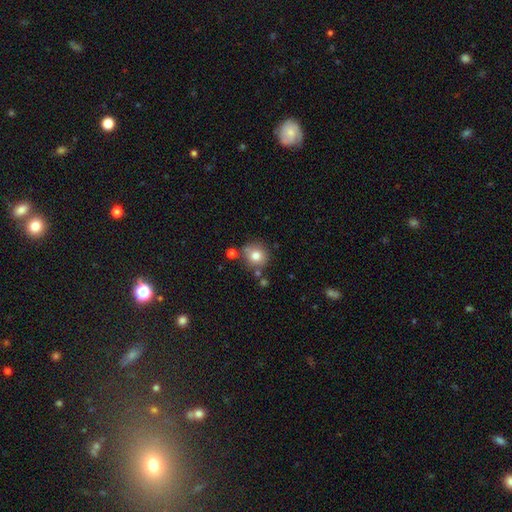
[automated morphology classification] smooth_or_featured: smooth (p=0.77) [alt: featured or disk p=0.12]
how_rounded: round (p=0.87) [alt: in between p=0.12]
merging: none (p=0.73) [alt: minor disturbance p=0.13]